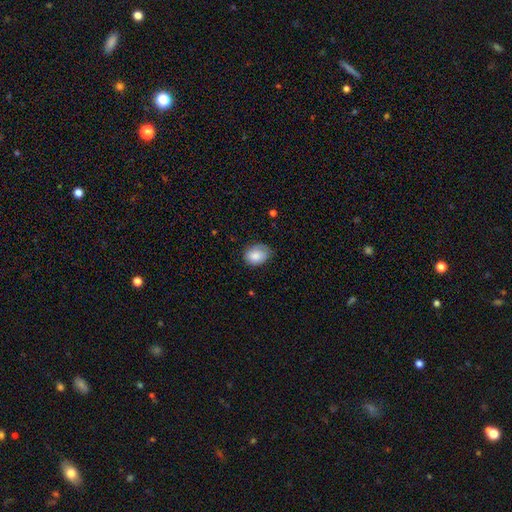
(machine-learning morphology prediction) smooth 82%, featured or disk 11%, star or artifact 7%. Down the decision tree: how rounded — in between (62%); merging — none (67%).